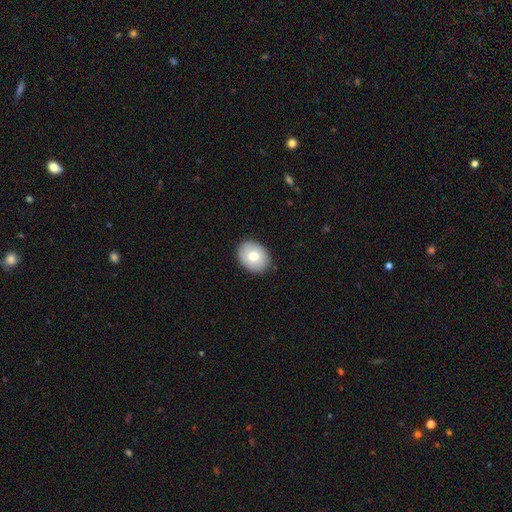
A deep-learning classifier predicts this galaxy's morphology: Smooth or featured?
  - smooth: 75% *
  - featured or disk: 18%
  - star or artifact: 7%
How rounded?
  - in between: 61% *
  - round: 39%
  - cigar-shaped: 1%
Merging?
  - none: 88% *
  - minor disturbance: 9%
  - major disturbance: 2%
  - merger: 1%